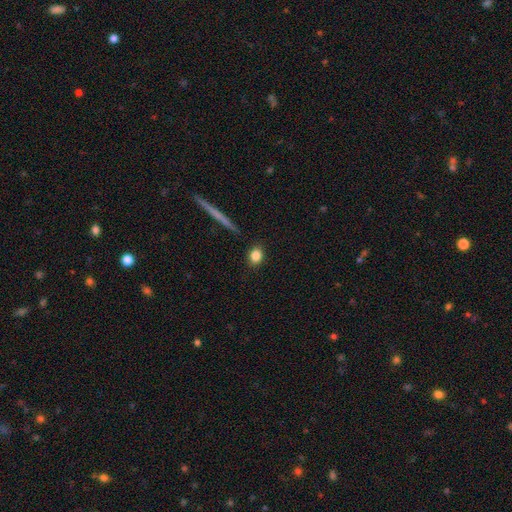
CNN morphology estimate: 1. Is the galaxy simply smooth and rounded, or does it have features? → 82% smooth, 10% star or artifact, 8% featured or disk.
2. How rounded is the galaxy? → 50% in between, 46% round, 4% cigar-shaped.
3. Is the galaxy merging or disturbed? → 88% none, 8% minor disturbance, 2% major disturbance, 2% merger.